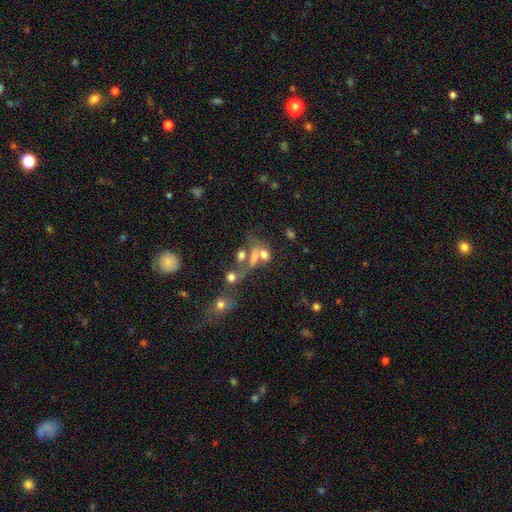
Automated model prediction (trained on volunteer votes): smooth-or-featured: smooth: 51% | star or artifact: 25% | featured or disk: 25%
  how-rounded: in between: 60% | round: 34% | cigar-shaped: 6%
  merging: merger: 48% | none: 24% | major disturbance: 19% | minor disturbance: 10%